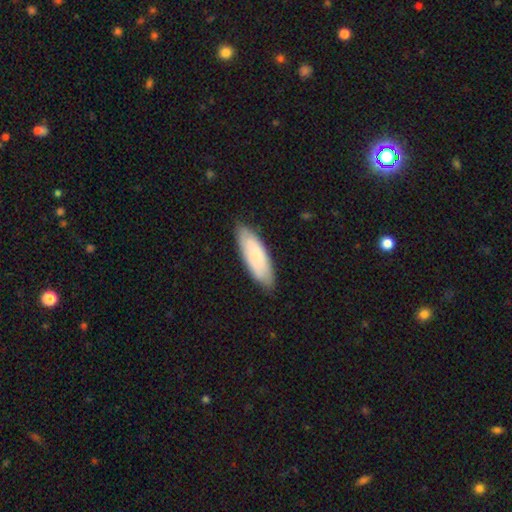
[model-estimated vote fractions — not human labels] Smooth or featured? Predicted: smooth (p=0.72). How rounded? Predicted: in between (p=0.60). Merging? Predicted: none (p=0.83).